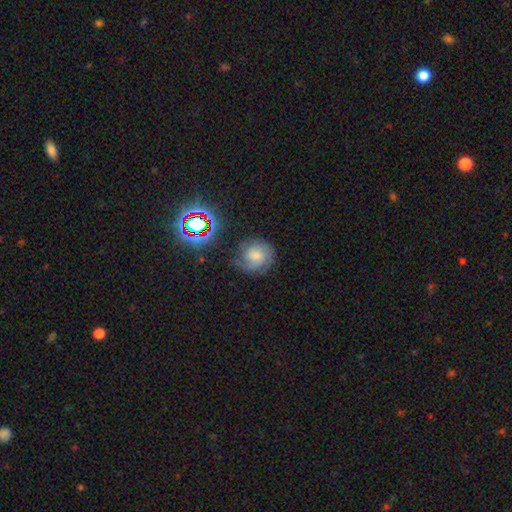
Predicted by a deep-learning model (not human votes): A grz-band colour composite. It shows a smooth galaxy with no disk features (45%). Merging: none (63%).